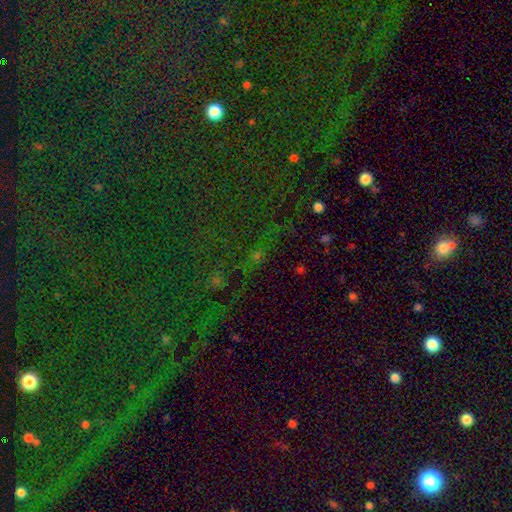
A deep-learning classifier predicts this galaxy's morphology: This appears to be a star or artifact, not a galaxy (69%).